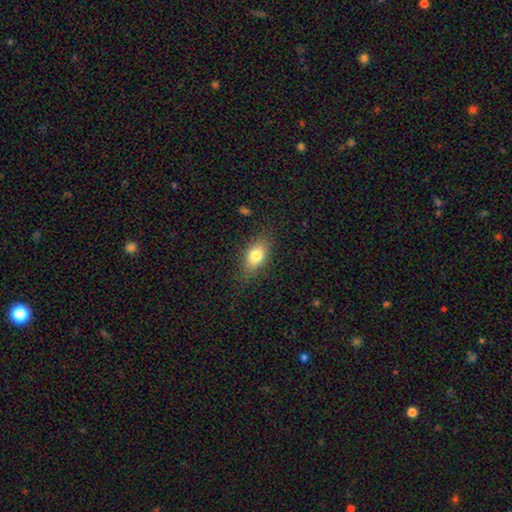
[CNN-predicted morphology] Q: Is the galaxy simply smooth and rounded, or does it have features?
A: smooth — 78%.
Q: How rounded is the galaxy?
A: in between — 83%.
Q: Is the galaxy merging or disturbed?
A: none — 79%.